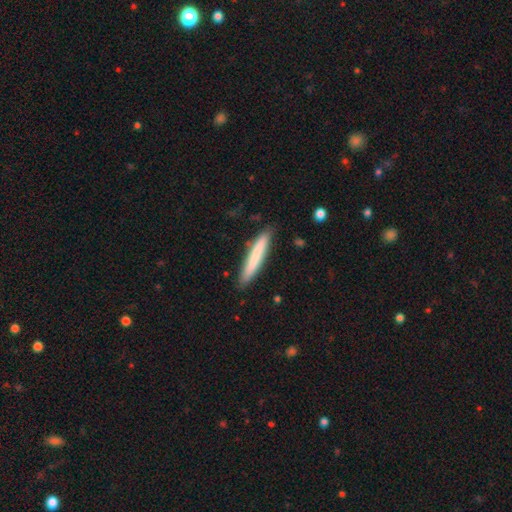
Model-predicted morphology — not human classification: smooth 75%, featured or disk 19%, star or artifact 6%. Down the decision tree: how rounded — cigar-shaped (94%); merging — none (87%).